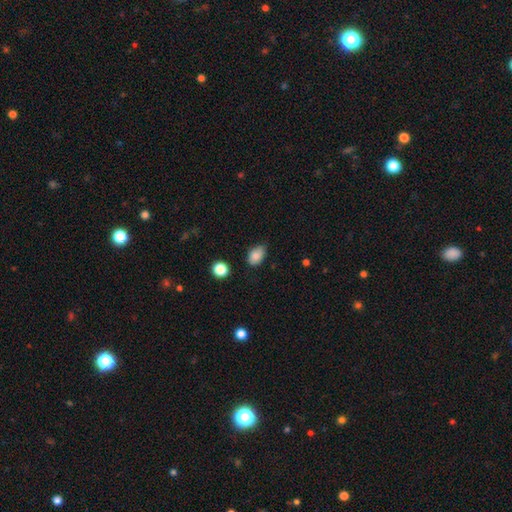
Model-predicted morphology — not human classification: A smooth galaxy with no disk features (86%) that is in between round and cigar-shaped (83%). Merging: none (70%).